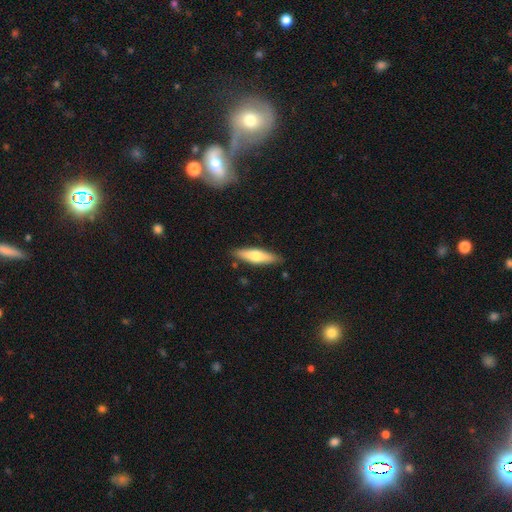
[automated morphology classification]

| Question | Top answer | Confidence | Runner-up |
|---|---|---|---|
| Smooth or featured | smooth | 63% | featured or disk (32%) |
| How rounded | cigar-shaped | 65% | in between (34%) |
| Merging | none | 85% | minor disturbance (11%) |